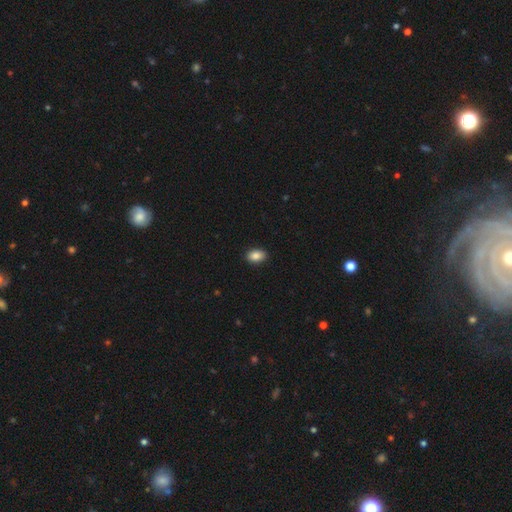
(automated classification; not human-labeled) smooth_or_featured: smooth (p=0.87) [alt: star or artifact p=0.08]
how_rounded: in between (p=0.84) [alt: round p=0.14]
merging: none (p=0.90) [alt: minor disturbance p=0.07]